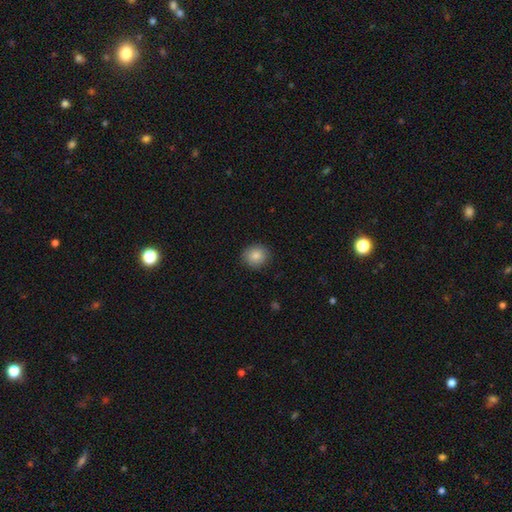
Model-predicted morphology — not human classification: A smooth galaxy with no disk features (85%) that is round (82%).

Vote fractions:
- Smooth or featured? smooth: 85% / star or artifact: 8% / featured or disk: 6%
- How rounded? round: 82% / in between: 17% / cigar-shaped: 1%
- Merging? none: 88% / minor disturbance: 9% / major disturbance: 2% / merger: 1%